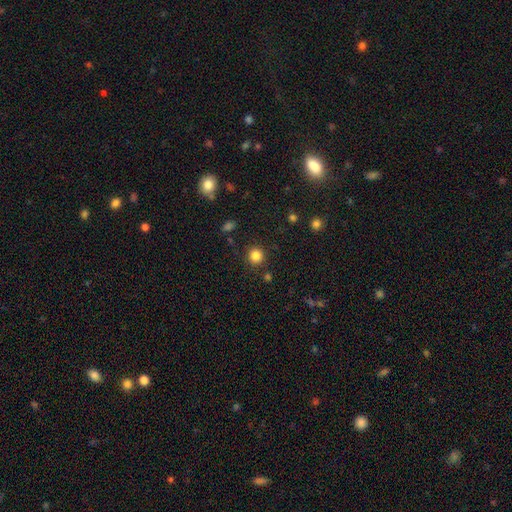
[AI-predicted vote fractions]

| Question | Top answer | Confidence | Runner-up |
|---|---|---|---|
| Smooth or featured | smooth | 84% | star or artifact (12%) |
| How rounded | round | 94% | in between (6%) |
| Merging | none | 89% | minor disturbance (6%) |